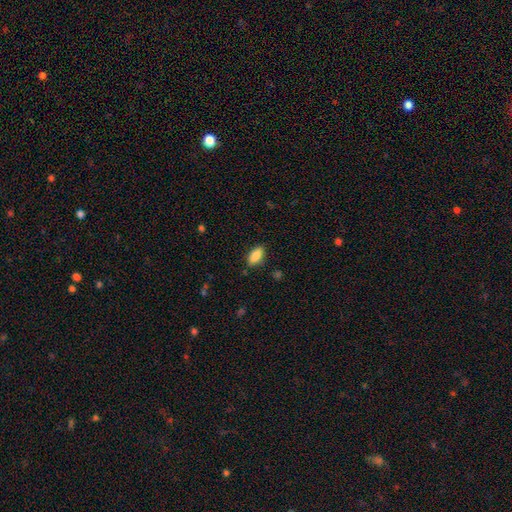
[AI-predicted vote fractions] Smooth or featured?
  - smooth: 87% *
  - star or artifact: 7%
  - featured or disk: 6%
How rounded?
  - in between: 88% *
  - cigar-shaped: 9%
  - round: 3%
Merging?
  - none: 85% *
  - minor disturbance: 11%
  - major disturbance: 3%
  - merger: 1%